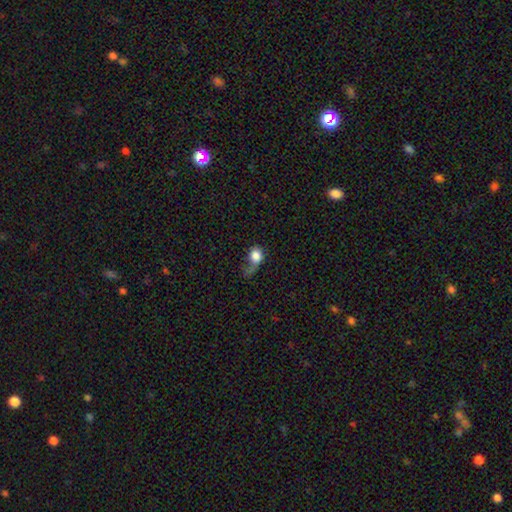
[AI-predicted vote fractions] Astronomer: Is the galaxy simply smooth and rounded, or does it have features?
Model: smooth — 77%.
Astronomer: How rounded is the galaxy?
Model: round — 66%.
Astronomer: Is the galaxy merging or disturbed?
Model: major disturbance — 49%.